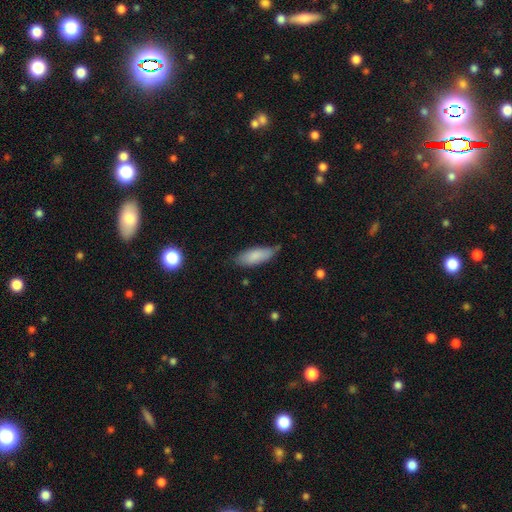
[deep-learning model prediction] smooth 84%, featured or disk 10%, star or artifact 6%. Down the decision tree: how rounded — in between (69%); merging — none (66%).